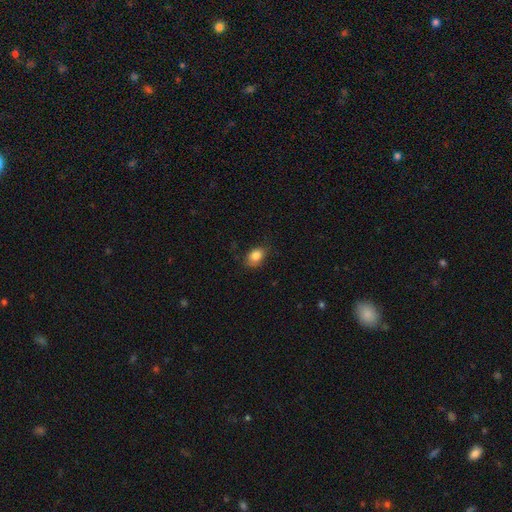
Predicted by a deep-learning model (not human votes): Q: Smooth or featured?
A: smooth (84%); runner-up: star or artifact (9%)
Q: How rounded?
A: in between (75%); runner-up: round (23%)
Q: Merging?
A: none (73%); runner-up: minor disturbance (21%)